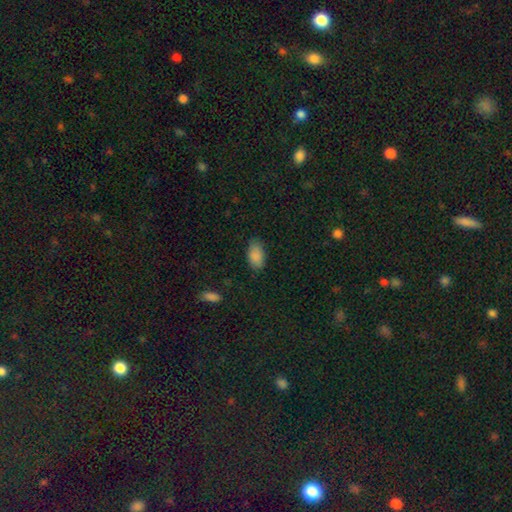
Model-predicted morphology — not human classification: Overall: smooth (88%). How rounded: in between (93%). Merging: none (80%).